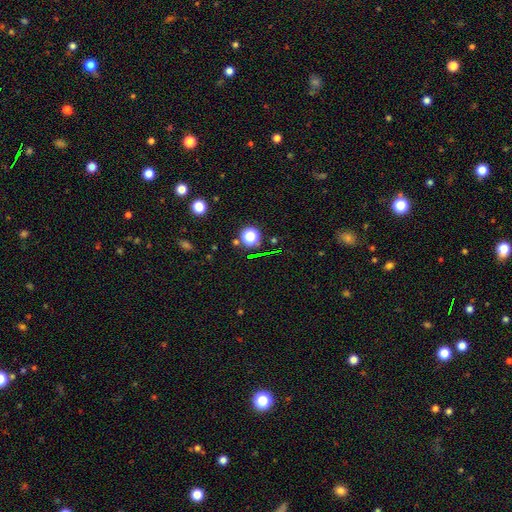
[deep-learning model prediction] A star or artifact, not a galaxy (66%).